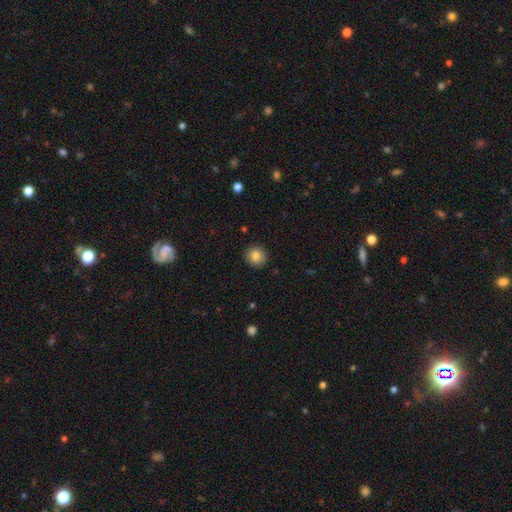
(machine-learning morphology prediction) Smooth or featured: smooth — 84% (star or artifact — 9%)
How rounded: round — 91% (in between — 8%)
Merging: none — 91% (minor disturbance — 6%)